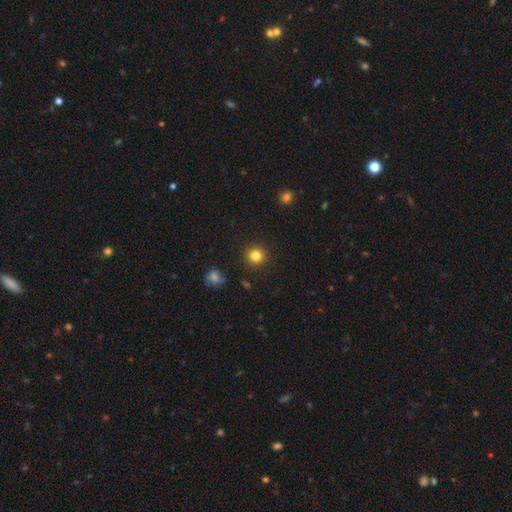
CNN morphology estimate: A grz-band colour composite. It shows a smooth galaxy with no disk features (83%) that is round (94%). Merging: none (91%).